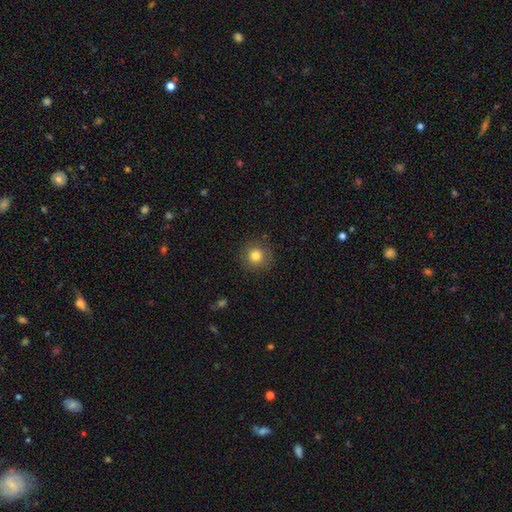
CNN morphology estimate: Overall: smooth (80%). How rounded: round (94%). Merging: none (89%).